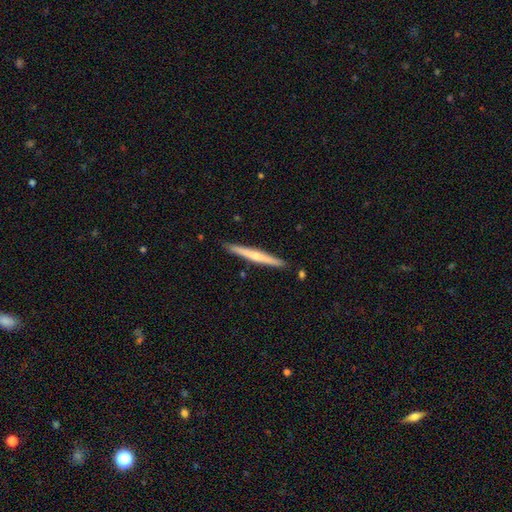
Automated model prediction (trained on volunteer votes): The model was most divided on "smooth or featured": featured or disk: 54%, smooth: 41%, star or artifact: 5%. More confident: edge-on disk — yes (97%); merging — none (90%); edge-on bulge — rounded (60%).